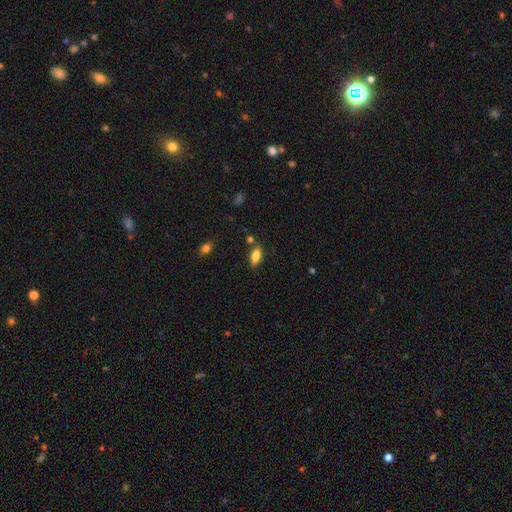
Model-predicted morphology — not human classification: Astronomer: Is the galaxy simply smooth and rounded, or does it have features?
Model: smooth — 81%.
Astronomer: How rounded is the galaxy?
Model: in between — 85%.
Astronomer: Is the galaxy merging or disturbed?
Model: none — 75%.